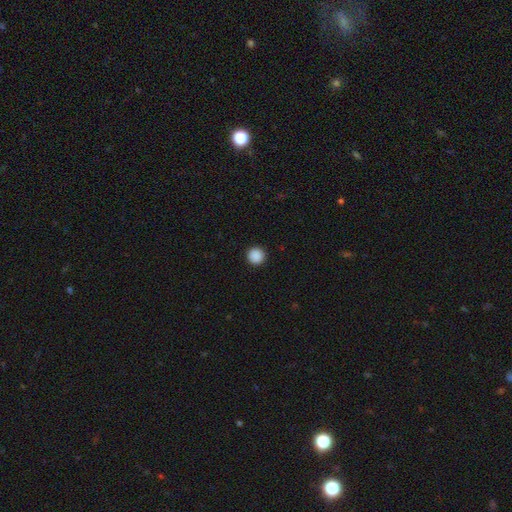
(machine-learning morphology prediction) This appears to be a smooth galaxy with no disk features (89%) that is round (96%). Merging: none (93%).